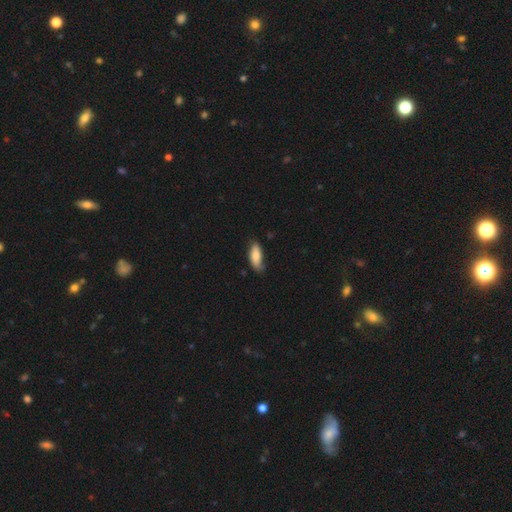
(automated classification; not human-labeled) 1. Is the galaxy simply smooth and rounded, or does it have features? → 79% smooth, 15% featured or disk, 6% star or artifact.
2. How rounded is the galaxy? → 77% in between, 20% cigar-shaped, 2% round.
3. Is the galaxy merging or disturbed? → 67% none, 27% minor disturbance, 4% major disturbance, 2% merger.